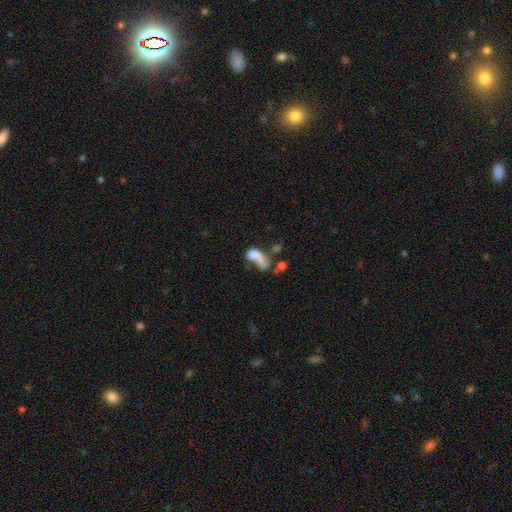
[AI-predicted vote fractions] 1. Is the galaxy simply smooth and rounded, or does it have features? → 61% smooth, 27% featured or disk, 12% star or artifact.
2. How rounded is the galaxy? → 77% in between, 13% round, 10% cigar-shaped.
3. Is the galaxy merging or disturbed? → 37% merger, 34% major disturbance, 17% none, 12% minor disturbance.